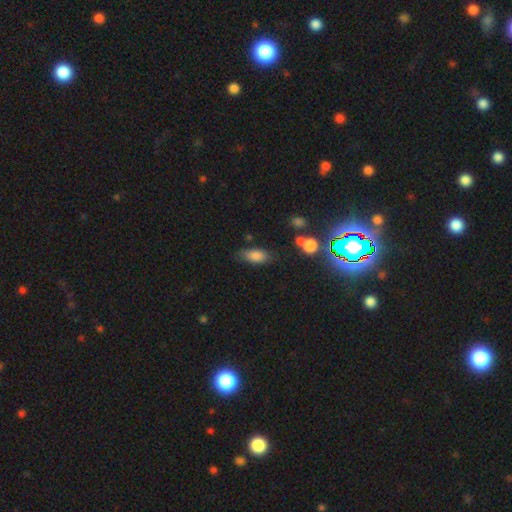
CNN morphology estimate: This appears to be a smooth galaxy with no disk features (81%) that is in between round and cigar-shaped (82%). Merging: none (73%).